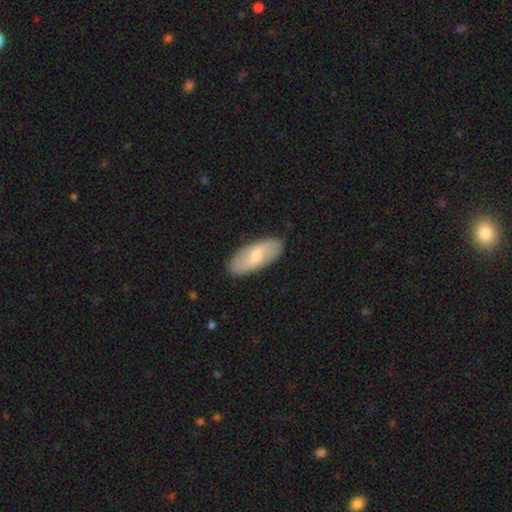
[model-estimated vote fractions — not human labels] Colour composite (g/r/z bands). It shows a smooth galaxy with no disk features (57%) that is in between round and cigar-shaped (82%). Merging: none (88%).